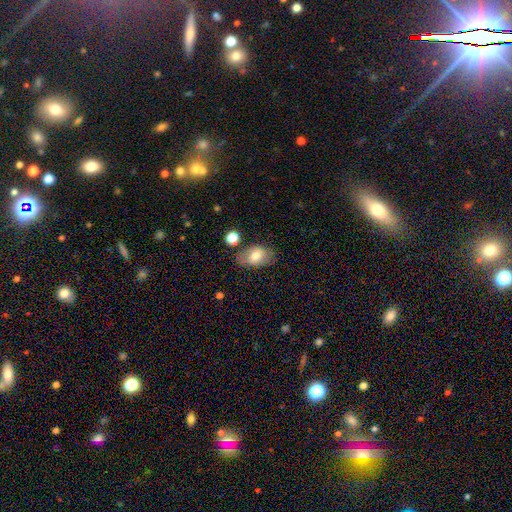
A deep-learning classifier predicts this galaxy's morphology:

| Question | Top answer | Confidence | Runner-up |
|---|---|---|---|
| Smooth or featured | smooth | 70% | featured or disk (22%) |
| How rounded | in between | 84% | round (15%) |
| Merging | none | 66% | minor disturbance (21%) |